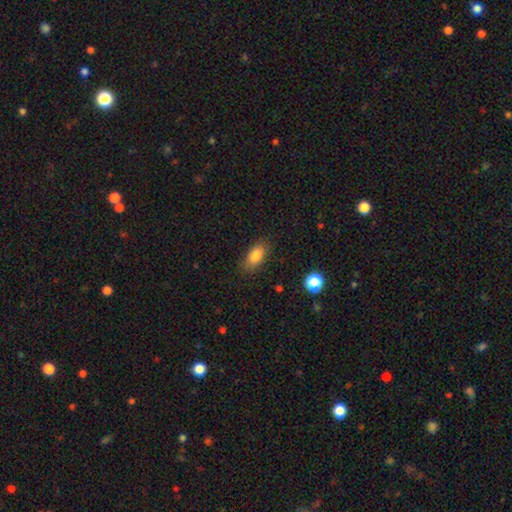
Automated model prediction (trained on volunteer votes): This is clearly a smooth galaxy (83%). How rounded: clearly in between (87%). Merging: clearly none (83%).